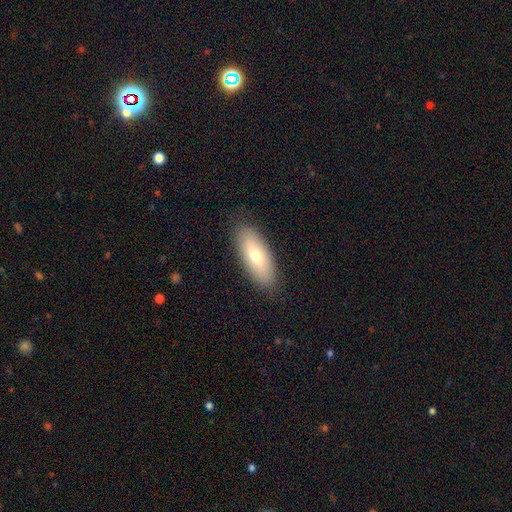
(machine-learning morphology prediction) Overall: smooth (67%). How rounded: in between (77%). Merging: none (88%).